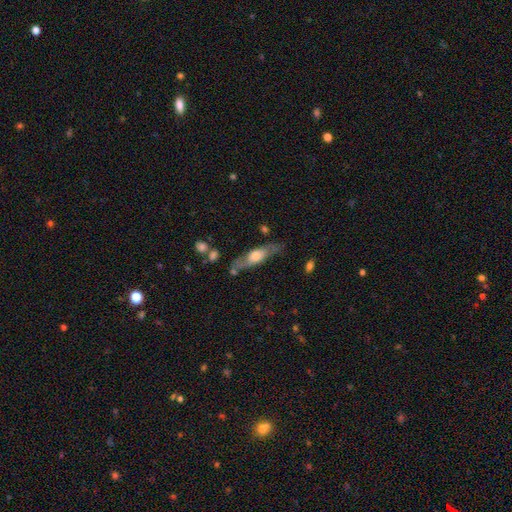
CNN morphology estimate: Smooth or featured? featured or disk (56%)
Edge-on disk? yes (57%)
Merging? none (68%)